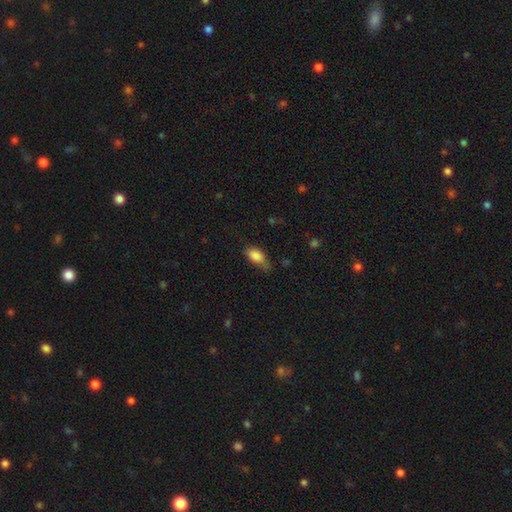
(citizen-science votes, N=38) This is clearly a smooth galaxy (84%). How rounded: likely in between (75%). Merging: possibly none (56%).